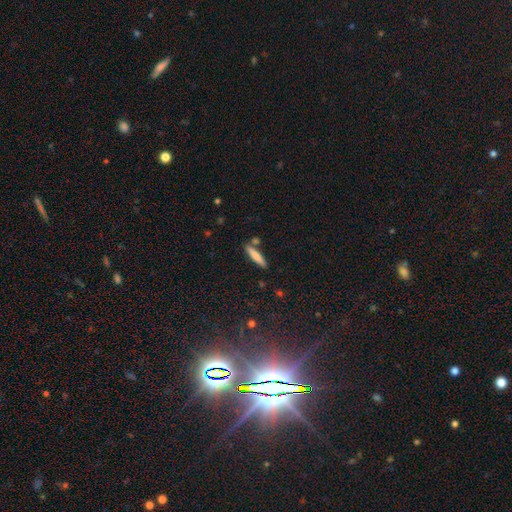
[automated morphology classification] A smooth galaxy with no disk features (70%) that is cigar-shaped (87%).

Vote fractions:
- Smooth or featured? smooth: 70% / featured or disk: 23% / star or artifact: 6%
- How rounded? cigar-shaped: 87% / in between: 11% / round: 2%
- Merging? none: 81% / minor disturbance: 9% / merger: 8% / major disturbance: 2%